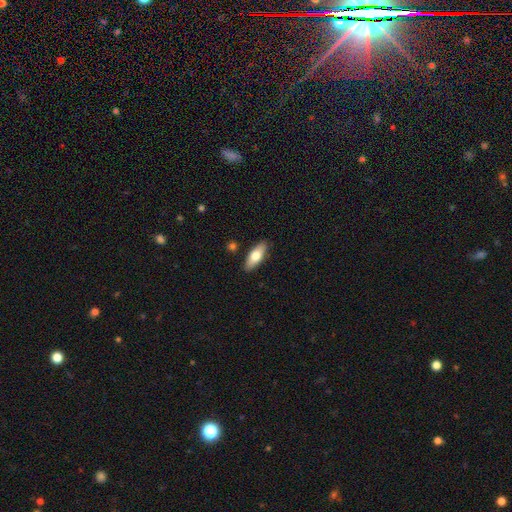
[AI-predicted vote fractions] Overall: smooth (68%). How rounded: in between (70%). Merging: none (87%).